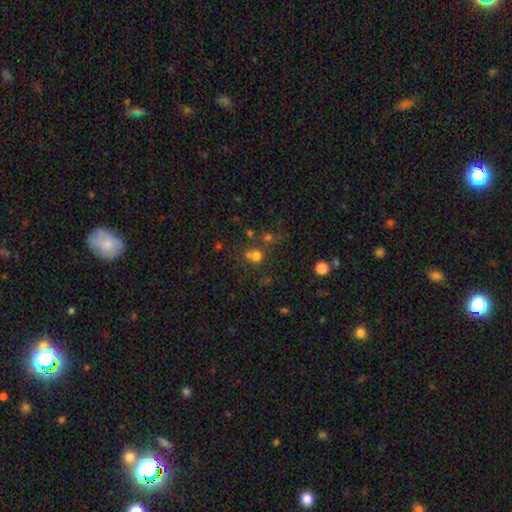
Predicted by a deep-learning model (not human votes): smooth_or_featured: smooth (p=0.66) [alt: star or artifact p=0.23]
how_rounded: round (p=0.86) [alt: in between p=0.13]
merging: none (p=0.52) [alt: merger p=0.34]